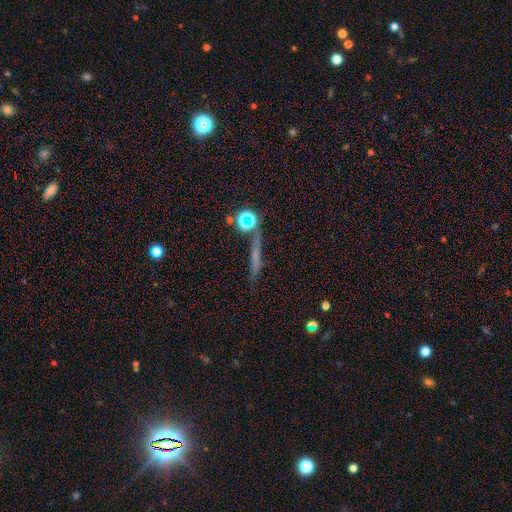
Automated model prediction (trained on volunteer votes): smooth_or_featured: featured or disk (p=0.39) [alt: smooth p=0.38]
merging: none (p=0.79) [alt: minor disturbance p=0.11]